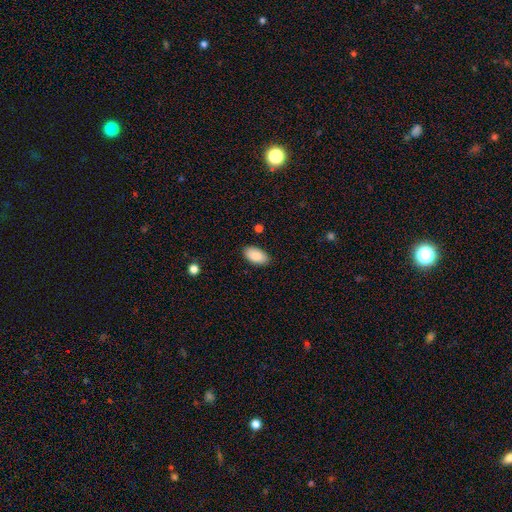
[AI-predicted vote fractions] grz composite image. It shows a smooth galaxy with no disk features (89%) that is in between round and cigar-shaped (95%). Merging: none (86%).